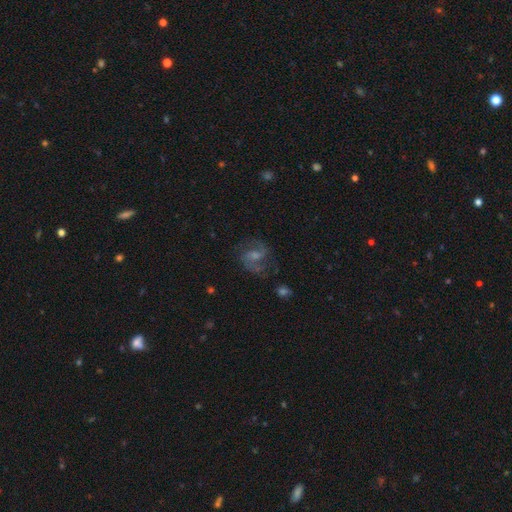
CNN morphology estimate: type=featured or disk (78%); edge-on=no (97%); bar=weak (55%); spiral arms=yes (95%); winding=medium (58%); arm count=2 (87%); bulge=small (42%); merging=none (77%).